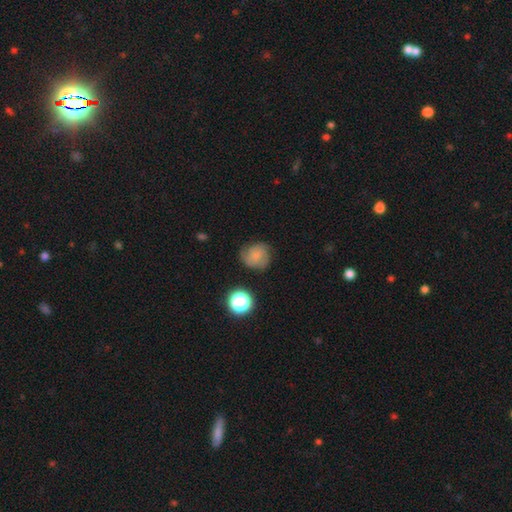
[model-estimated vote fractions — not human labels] The model was most divided on "merging": none: 64%, minor disturbance: 25%, major disturbance: 9%, merger: 2%. More confident: how rounded — round (82%); smooth or featured — smooth (64%).